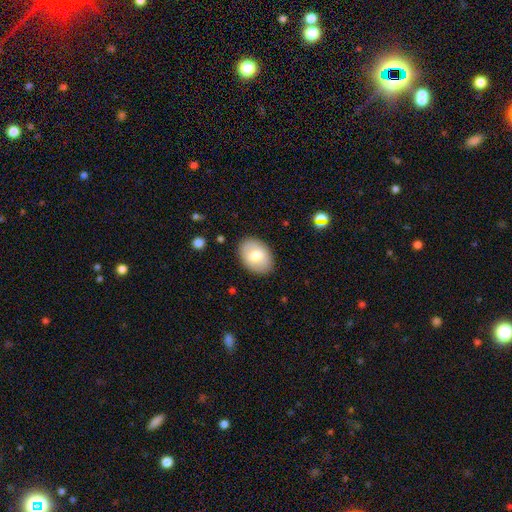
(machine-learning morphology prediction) type=smooth (69%); roundness=in between (81%); merging=none (86%).